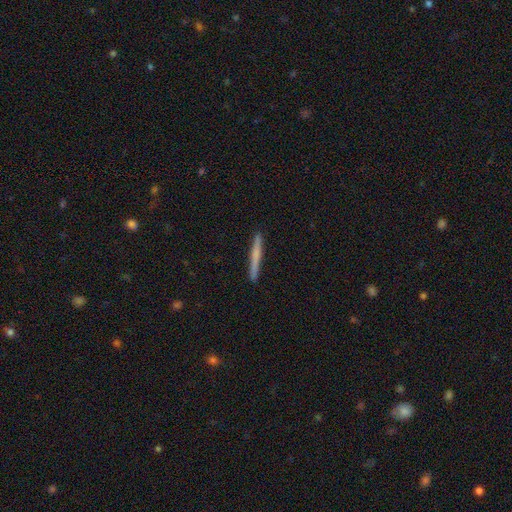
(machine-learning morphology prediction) Smooth or featured?
  - smooth: 57% *
  - featured or disk: 37%
  - star or artifact: 6%
How rounded?
  - cigar-shaped: 97% *
  - in between: 2%
  - round: 1%
Merging?
  - none: 92% *
  - minor disturbance: 6%
  - major disturbance: 1%
  - merger: 1%